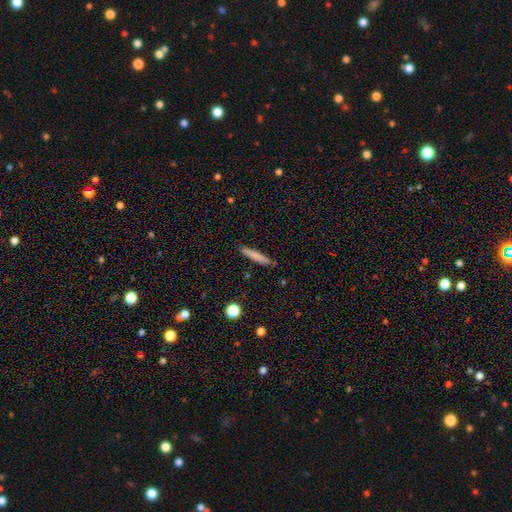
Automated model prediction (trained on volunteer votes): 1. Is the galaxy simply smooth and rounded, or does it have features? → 76% smooth, 18% featured or disk, 7% star or artifact.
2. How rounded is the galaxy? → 94% cigar-shaped, 5% in between, 1% round.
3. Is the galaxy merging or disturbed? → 86% none, 10% minor disturbance, 2% major disturbance, 2% merger.